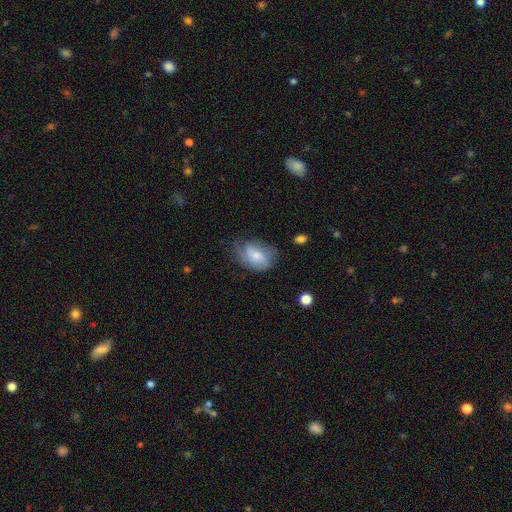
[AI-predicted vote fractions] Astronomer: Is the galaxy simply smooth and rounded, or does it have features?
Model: smooth — 64%.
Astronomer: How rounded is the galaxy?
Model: in between — 84%.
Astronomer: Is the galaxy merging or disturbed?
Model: none — 51% (runner-up: minor disturbance, 33%).